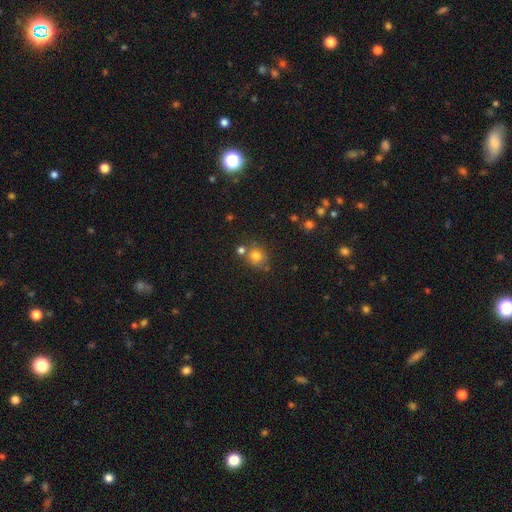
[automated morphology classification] A smooth galaxy with no disk features (77%) that is round (82%).

Vote fractions:
- Smooth or featured? smooth: 77% / star or artifact: 14% / featured or disk: 9%
- How rounded? round: 82% / in between: 17% / cigar-shaped: 1%
- Merging? none: 63% / merger: 20% / minor disturbance: 13% / major disturbance: 4%